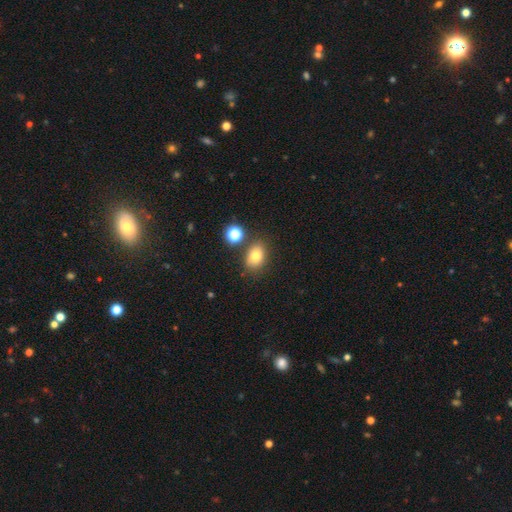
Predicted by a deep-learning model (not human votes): Smooth or featured? smooth (77%)
How rounded? in between (68%)
Merging? none (76%)